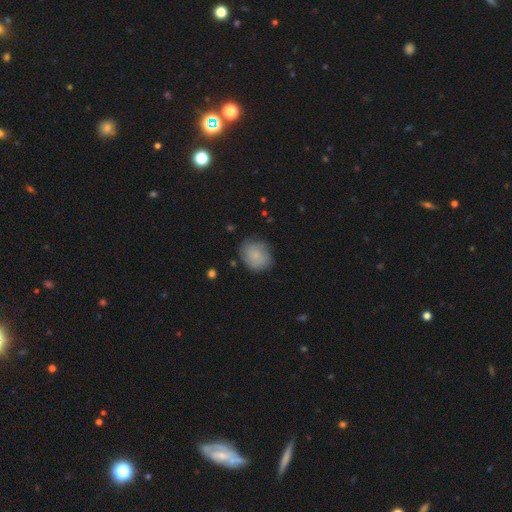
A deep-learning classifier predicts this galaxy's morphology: Q: Smooth or featured?
A: smooth (72%); runner-up: featured or disk (20%)
Q: How rounded?
A: round (67%); runner-up: in between (32%)
Q: Merging?
A: none (71%); runner-up: minor disturbance (21%)